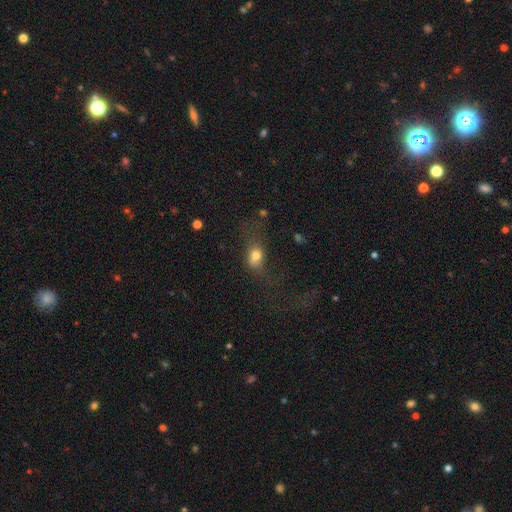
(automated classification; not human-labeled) Q: Smooth or featured?
A: smooth (69%); runner-up: featured or disk (17%)
Q: How rounded?
A: in between (69%); runner-up: round (27%)
Q: Merging?
A: major disturbance (40%); runner-up: none (35%)